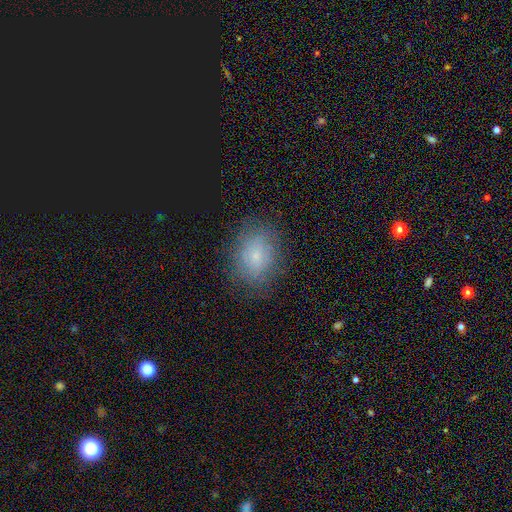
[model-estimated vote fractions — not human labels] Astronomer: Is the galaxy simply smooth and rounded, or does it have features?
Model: smooth — 71%.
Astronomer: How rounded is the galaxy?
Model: in between — 62% (runner-up: round, 37%).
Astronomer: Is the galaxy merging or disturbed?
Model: none — 78%.